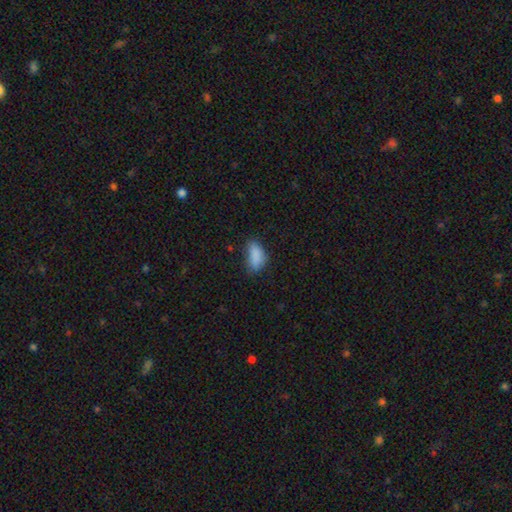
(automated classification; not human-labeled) Overall: smooth (85%). How rounded: in between (89%). Merging: none (56%; minor disturbance 32%).